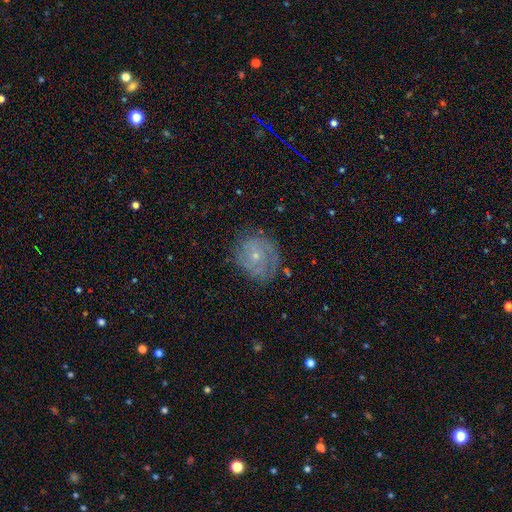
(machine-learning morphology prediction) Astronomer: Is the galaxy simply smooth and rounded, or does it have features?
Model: featured or disk — 69%.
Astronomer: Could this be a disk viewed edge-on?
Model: no — 97%.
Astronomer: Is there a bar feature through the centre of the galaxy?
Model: no — 79%.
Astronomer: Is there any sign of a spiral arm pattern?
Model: yes — 85%.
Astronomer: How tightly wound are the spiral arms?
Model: tight — 65%.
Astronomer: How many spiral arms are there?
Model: can't tell — 41% (runner-up: 2, 30%).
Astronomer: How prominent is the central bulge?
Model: small — 74%.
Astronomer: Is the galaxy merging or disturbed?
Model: none — 72%.